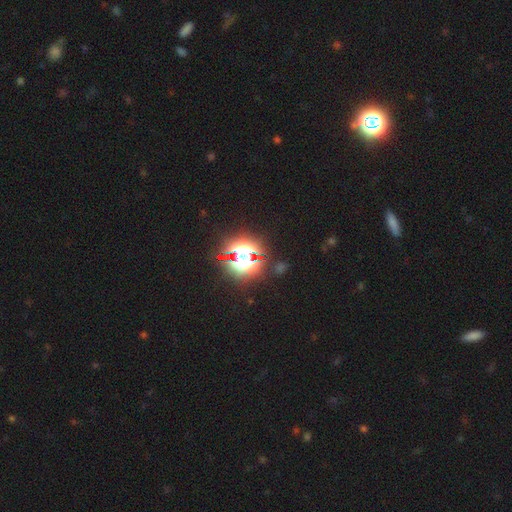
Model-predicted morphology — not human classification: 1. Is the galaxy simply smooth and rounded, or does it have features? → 69% star or artifact, 21% smooth, 10% featured or disk.